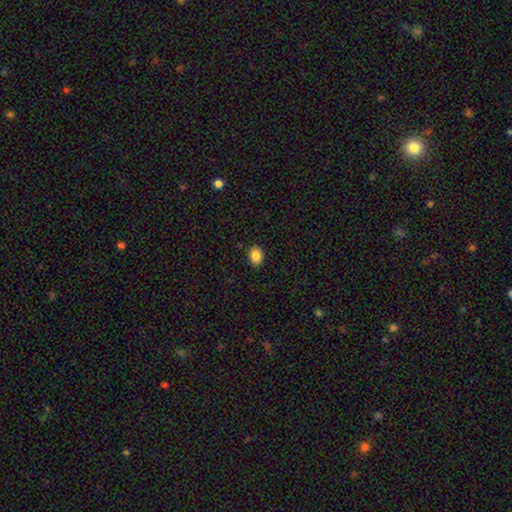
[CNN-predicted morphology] A smooth galaxy with no disk features (85%) that is in between round and cigar-shaped (73%). Merging: none (89%).